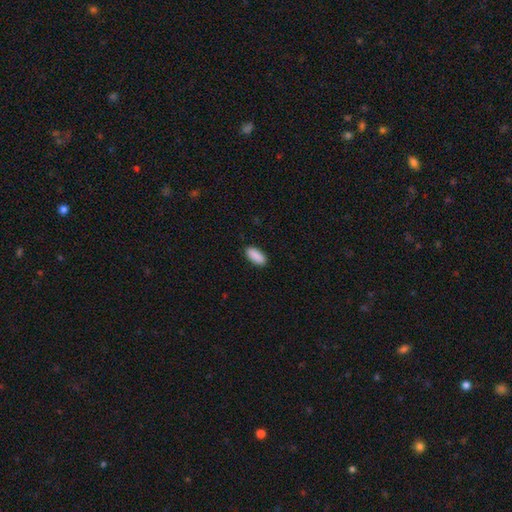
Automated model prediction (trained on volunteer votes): This is clearly a smooth galaxy (91%). How rounded: clearly in between (86%). Merging: clearly none (90%).